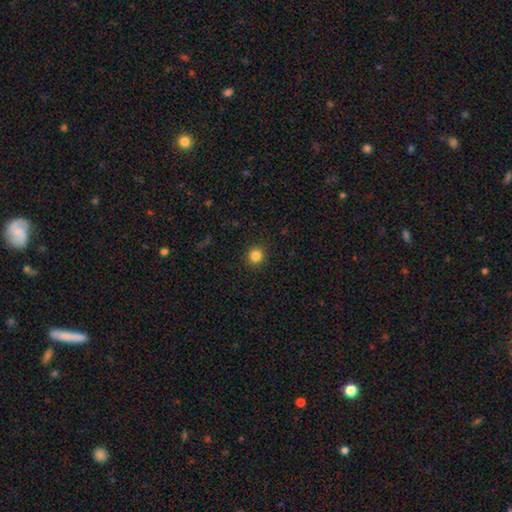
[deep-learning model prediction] Smooth or featured: smooth — 84% (star or artifact — 12%)
How rounded: round — 92% (in between — 7%)
Merging: none — 92% (minor disturbance — 5%)